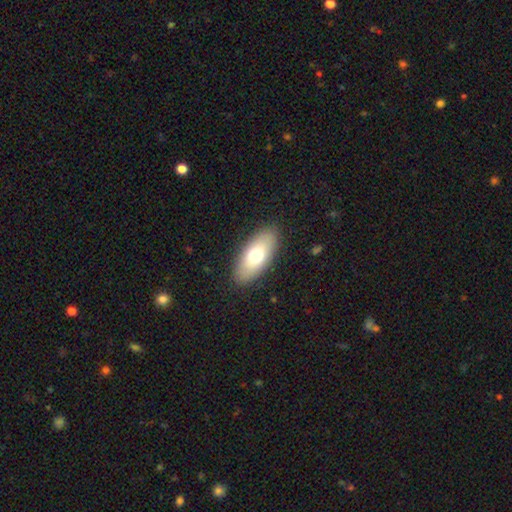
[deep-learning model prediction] Smooth or featured? smooth (71%)
How rounded? in between (87%)
Merging? none (88%)